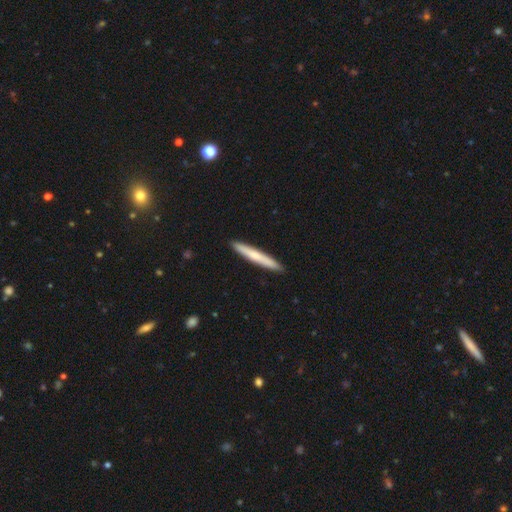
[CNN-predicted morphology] Q: Smooth or featured?
A: smooth (62%); runner-up: featured or disk (33%)
Q: How rounded?
A: cigar-shaped (96%); runner-up: in between (3%)
Q: Merging?
A: none (92%); runner-up: minor disturbance (5%)